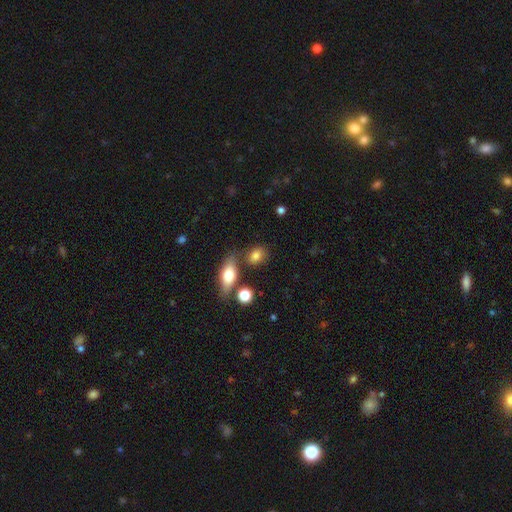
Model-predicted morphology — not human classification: Q: Smooth or featured?
A: smooth (81%); runner-up: featured or disk (10%)
Q: How rounded?
A: in between (61%); runner-up: round (35%)
Q: Merging?
A: none (70%); runner-up: minor disturbance (14%)